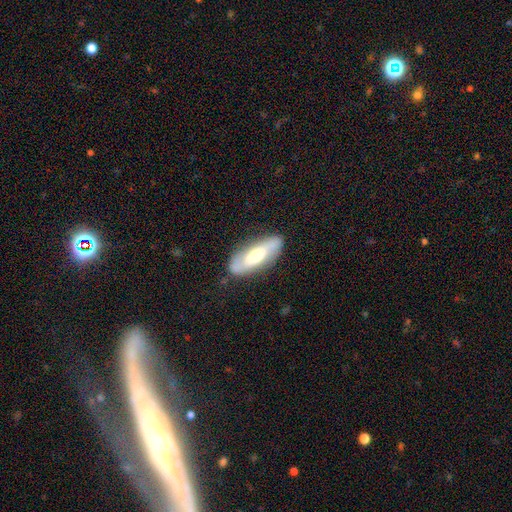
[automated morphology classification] A featured or disk galaxy (52%). Merging: none (81%).